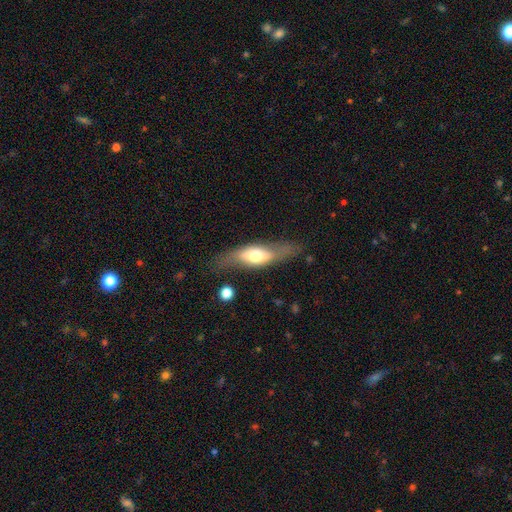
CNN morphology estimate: A featured or disk galaxy (49%).

Vote fractions:
- Smooth or featured? featured or disk: 49% / smooth: 45% / star or artifact: 6%
- Merging? none: 70% / minor disturbance: 19% / major disturbance: 9% / merger: 3%